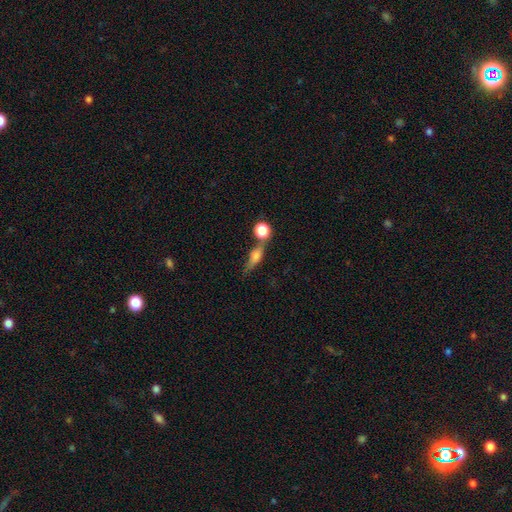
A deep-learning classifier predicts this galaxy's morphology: Overall: smooth (60%; featured or disk 29%). How rounded: in between (43%; cigar-shaped 35%). Merging: none (47%; merger 30%).